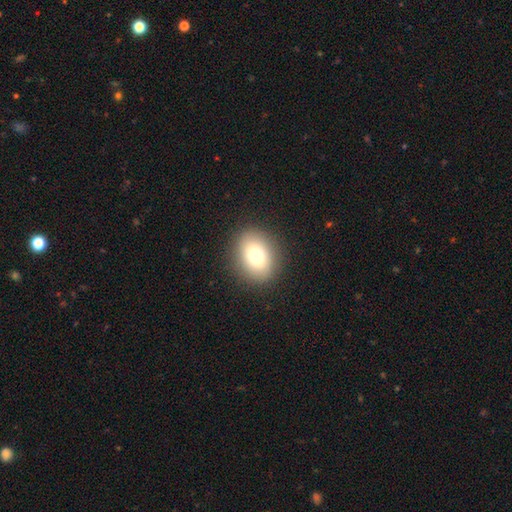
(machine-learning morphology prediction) Smooth or featured? Predicted: smooth (p=0.77). How rounded? Predicted: in between (p=0.61). Merging? Predicted: none (p=0.89).